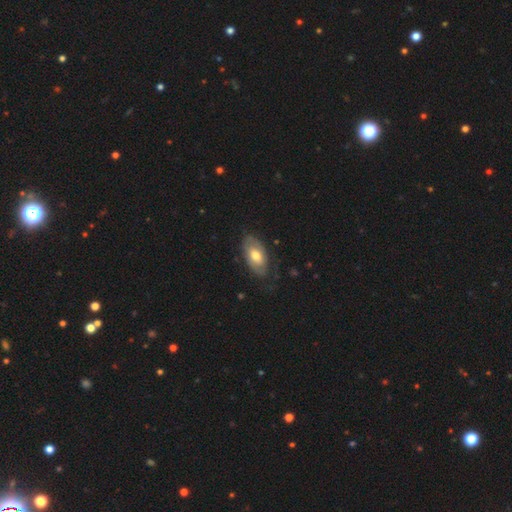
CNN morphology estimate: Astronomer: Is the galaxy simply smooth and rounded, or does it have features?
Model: featured or disk — 54% (runner-up: smooth, 41%).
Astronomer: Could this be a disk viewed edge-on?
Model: no — 90%.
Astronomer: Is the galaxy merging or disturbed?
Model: none — 70%.